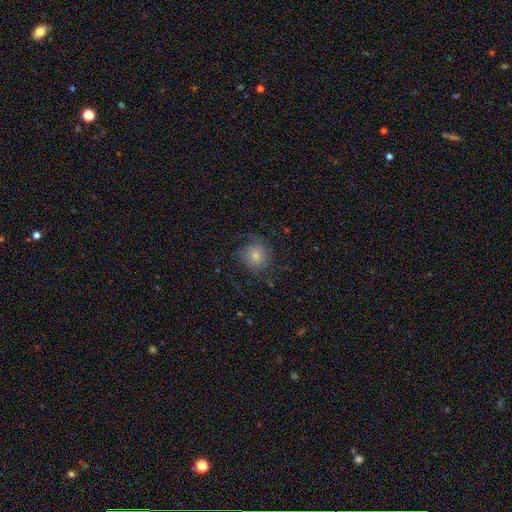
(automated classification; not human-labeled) Overall: smooth (71%). How rounded: round (88%). Merging: none (68%).